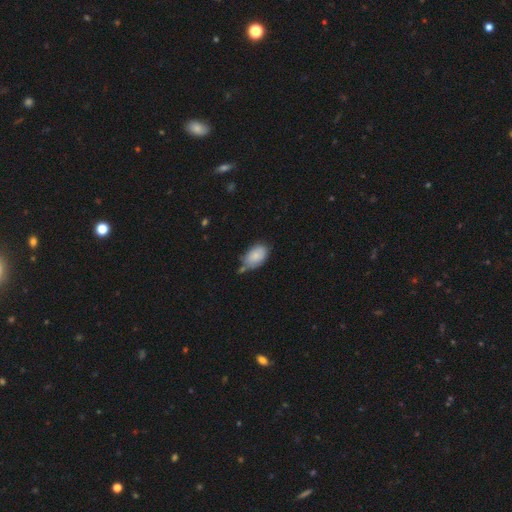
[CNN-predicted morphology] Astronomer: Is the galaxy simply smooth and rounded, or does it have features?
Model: smooth — 83%.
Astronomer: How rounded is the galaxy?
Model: in between — 91%.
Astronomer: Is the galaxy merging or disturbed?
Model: none — 55%.